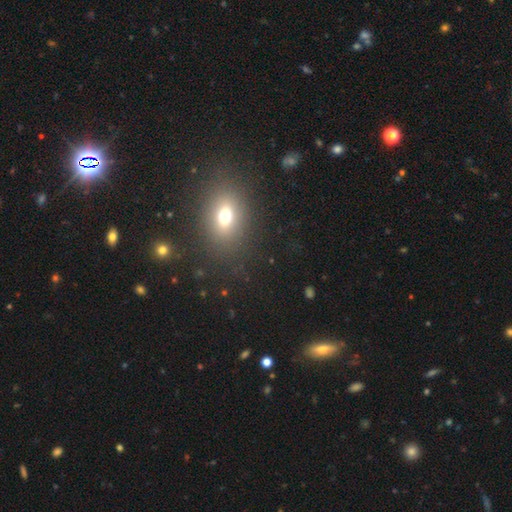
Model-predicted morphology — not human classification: Smooth or featured: smooth — 63% (star or artifact — 26%)
How rounded: in between — 69% (round — 29%)
Merging: none — 88% (minor disturbance — 7%)